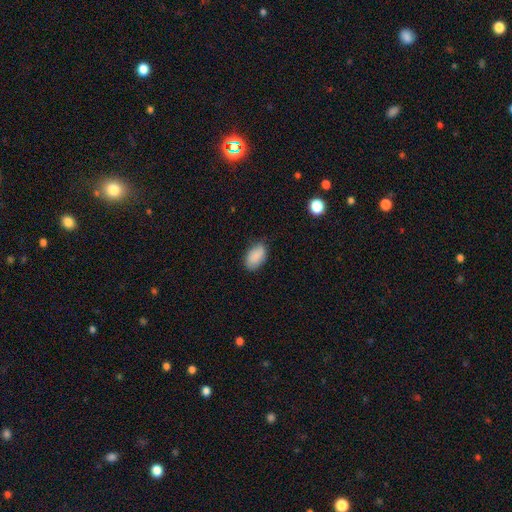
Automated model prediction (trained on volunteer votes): smooth-or-featured: smooth: 86% | featured or disk: 7% | star or artifact: 7%
  how-rounded: in between: 93% | round: 6% | cigar-shaped: 2%
  merging: none: 75% | minor disturbance: 21% | major disturbance: 3% | merger: 1%